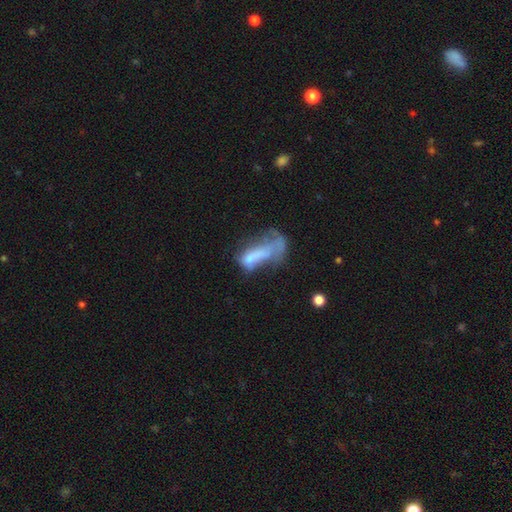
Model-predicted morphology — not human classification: Q: Smooth or featured?
A: smooth (48%); runner-up: featured or disk (39%)
Q: Merging?
A: major disturbance (50%); runner-up: merger (20%)